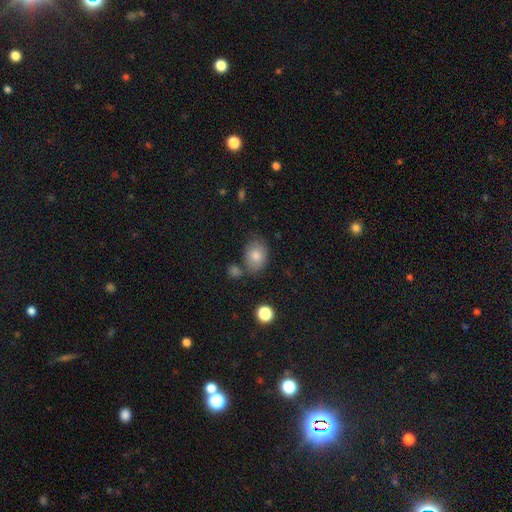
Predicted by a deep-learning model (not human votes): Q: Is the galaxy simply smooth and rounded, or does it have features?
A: smooth — 81%.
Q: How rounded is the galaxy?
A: in between — 64%.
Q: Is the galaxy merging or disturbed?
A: none — 67%.